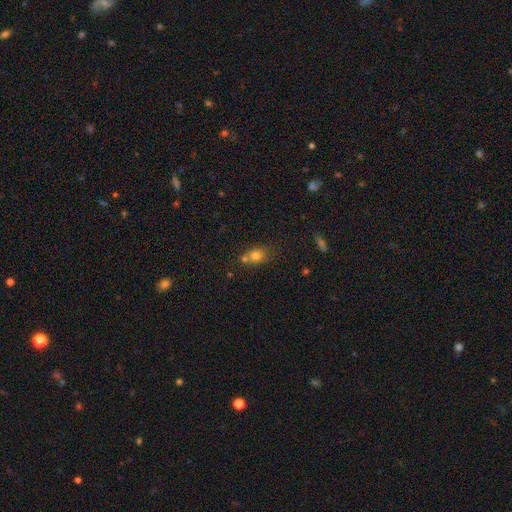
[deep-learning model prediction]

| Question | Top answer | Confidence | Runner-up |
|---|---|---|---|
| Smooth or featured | smooth | 74% | star or artifact (14%) |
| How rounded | round | 59% | in between (39%) |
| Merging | none | 49% | merger (34%) |